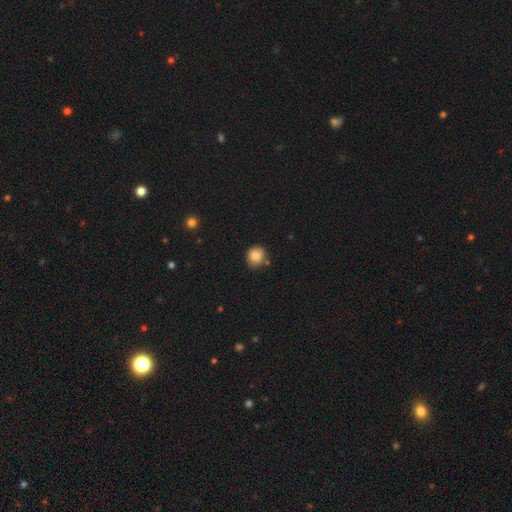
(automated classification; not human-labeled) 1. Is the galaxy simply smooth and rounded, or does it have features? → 84% smooth, 9% star or artifact, 7% featured or disk.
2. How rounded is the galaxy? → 82% round, 17% in between, 1% cigar-shaped.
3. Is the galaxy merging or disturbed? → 75% none, 17% minor disturbance, 5% merger, 3% major disturbance.